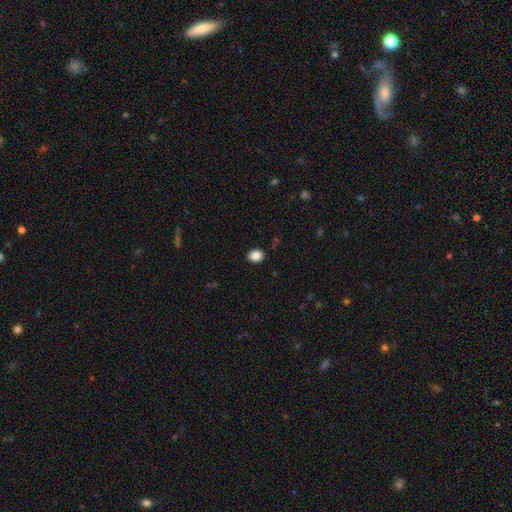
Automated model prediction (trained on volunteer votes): Morphology: type=smooth (88%); roundness=in between (52%); merging=none (89%).